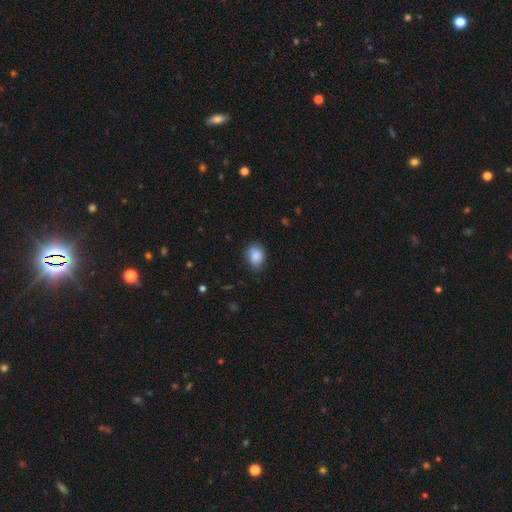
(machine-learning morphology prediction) Smooth or featured: smooth — 85% (featured or disk — 8%)
How rounded: in between — 64% (round — 34%)
Merging: none — 69% (minor disturbance — 25%)